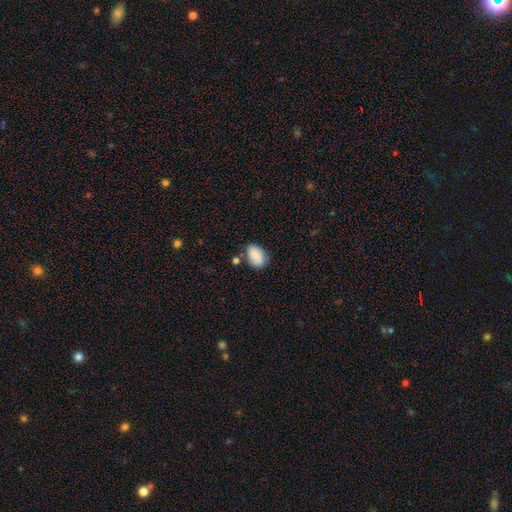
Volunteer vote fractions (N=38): smooth 76%, featured or disk 16%, star or artifact 8%. Down the decision tree: how rounded — in between (90%); merging — none (40%).